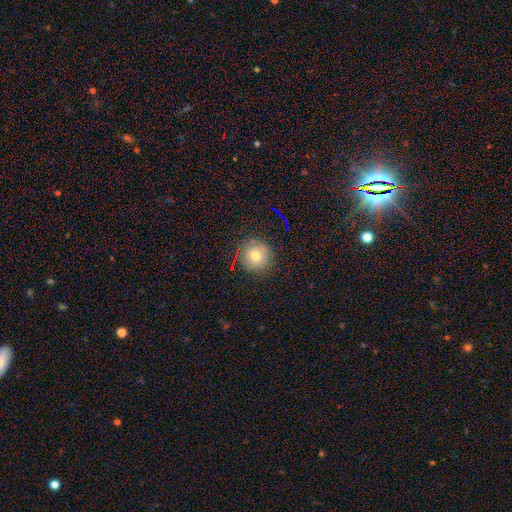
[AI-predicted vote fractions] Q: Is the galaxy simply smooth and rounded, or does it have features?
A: smooth — 71%.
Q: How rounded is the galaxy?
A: round — 94%.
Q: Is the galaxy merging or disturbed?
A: none — 87%.